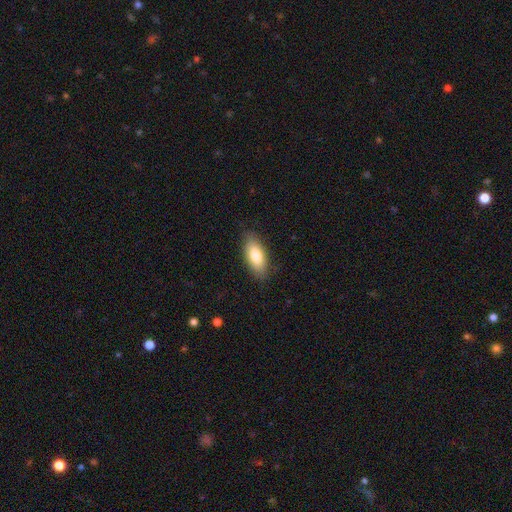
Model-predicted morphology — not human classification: smooth 79%, featured or disk 14%, star or artifact 6%. Down the decision tree: how rounded — in between (84%); merging — none (84%).